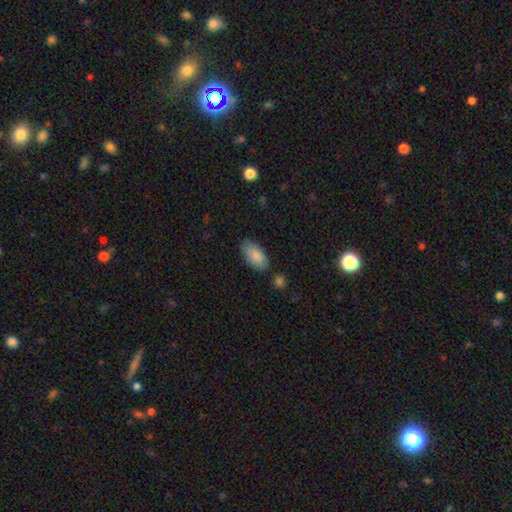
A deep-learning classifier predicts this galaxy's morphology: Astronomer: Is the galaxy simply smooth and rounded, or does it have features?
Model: smooth — 87%.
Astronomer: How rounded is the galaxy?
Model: in between — 93%.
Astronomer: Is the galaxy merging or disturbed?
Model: none — 76%.